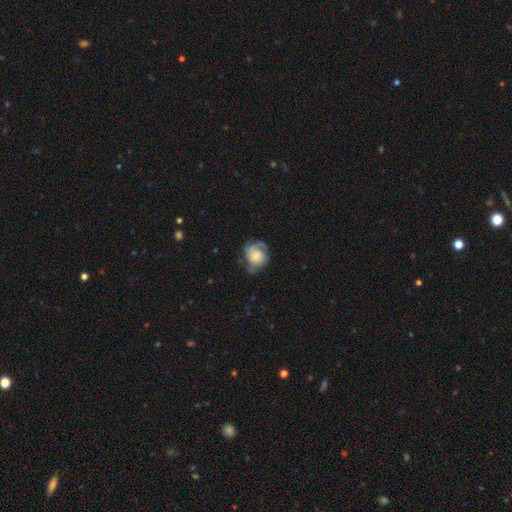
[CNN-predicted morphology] This appears to be a featured or disk galaxy (56%) with no bar (74%), spiral arms (85%) and a small central bulge (38%). Merging: none (51%).